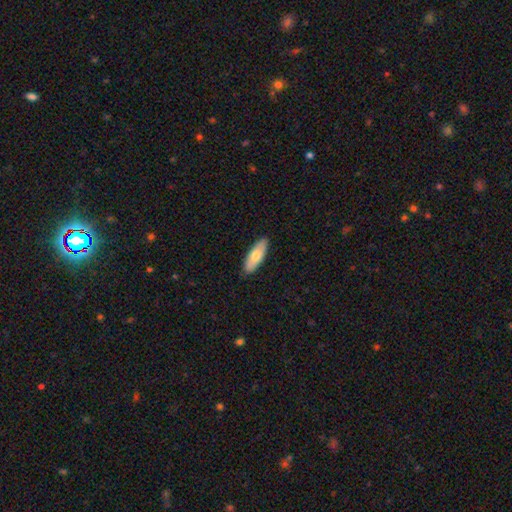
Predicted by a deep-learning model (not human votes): Smooth or featured? smooth (72%)
How rounded? in between (65%)
Merging? none (89%)